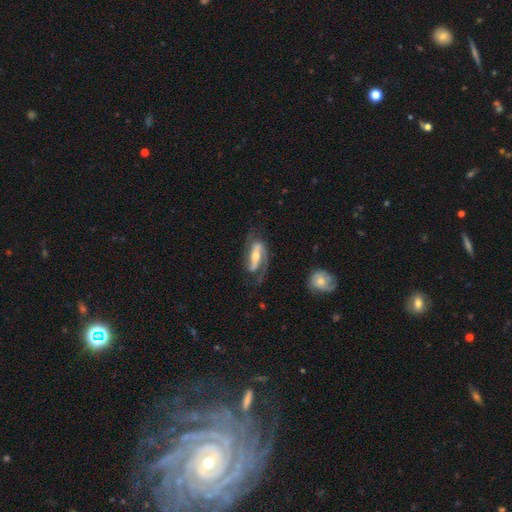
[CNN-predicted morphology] Smooth or featured? featured or disk (82%)
Edge-on disk? no (91%)
Bar? strong (56%)
Spiral arms? yes (93%)
Spiral winding? medium (44%)
Spiral arm count? 2 (81%)
Bulge size? moderate (57%)
Merging? none (64%)